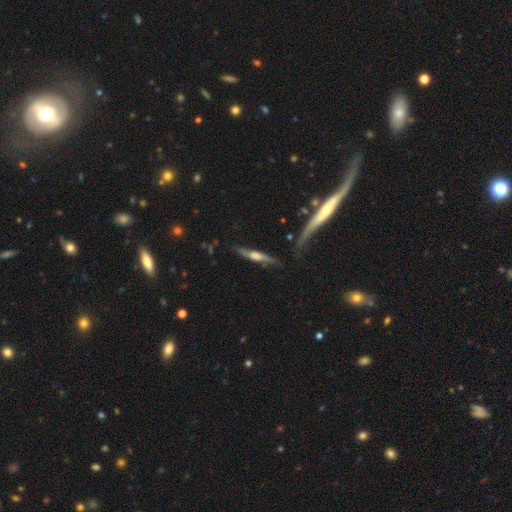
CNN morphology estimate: A featured or disk galaxy (62%) viewed edge-on (87%) with a rounded central bulge (64%). Merging: none (66%).